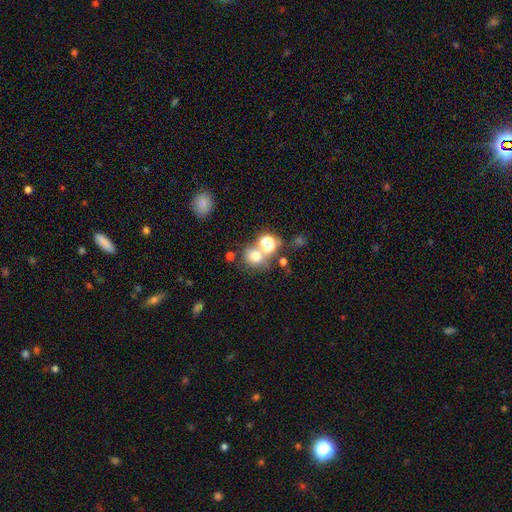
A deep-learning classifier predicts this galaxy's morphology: smooth-or-featured: smooth: 69% | star or artifact: 21% | featured or disk: 10%
  how-rounded: round: 81% | in between: 18% | cigar-shaped: 1%
  merging: none: 59% | merger: 27% | minor disturbance: 9% | major disturbance: 5%